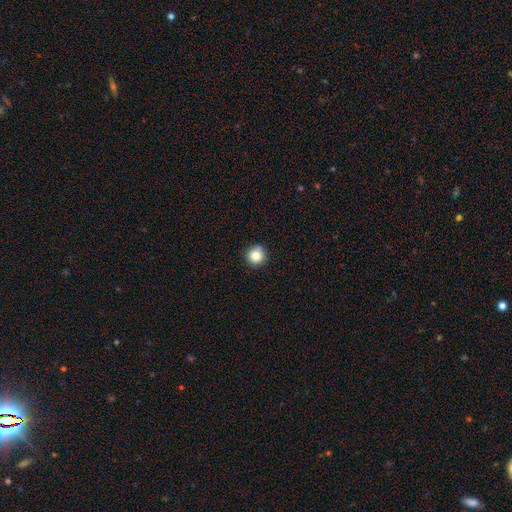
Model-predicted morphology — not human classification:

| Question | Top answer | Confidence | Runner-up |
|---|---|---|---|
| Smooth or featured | smooth | 82% | star or artifact (11%) |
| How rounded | round | 95% | in between (4%) |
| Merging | none | 88% | minor disturbance (8%) |